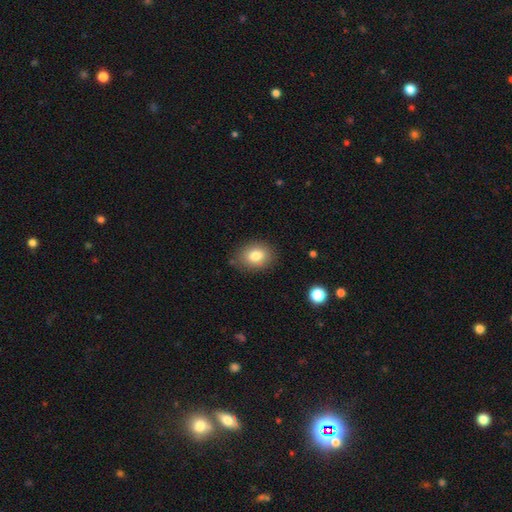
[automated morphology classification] This appears to be a smooth galaxy with no disk features (81%) that is in between round and cigar-shaped (60%). Merging: none (82%).